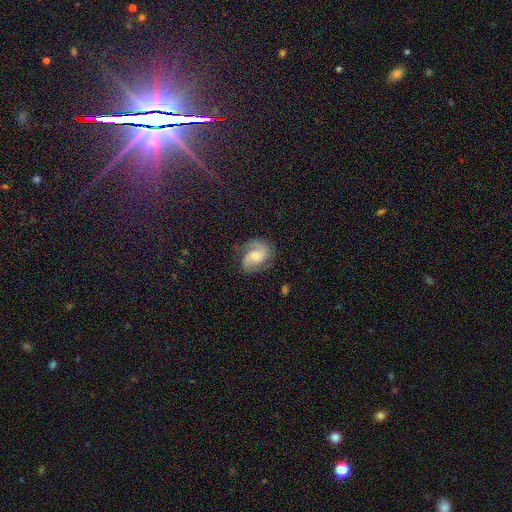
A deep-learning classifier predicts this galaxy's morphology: smooth_or_featured: featured or disk (p=0.84) [alt: smooth p=0.10]
disk_edge_on: no (p=0.98) [alt: yes p=0.02]
bar: no (p=0.54) [alt: weak p=0.39]
has_spiral_arms: yes (p=0.97) [alt: no p=0.03]
spiral_winding: medium (p=0.52) [alt: tight p=0.25]
spiral_arm_count: 2 (p=0.83) [alt: 3 p=0.06]
bulge_size: moderate (p=0.51) [alt: small p=0.37]
merging: none (p=0.74) [alt: minor disturbance p=0.17]